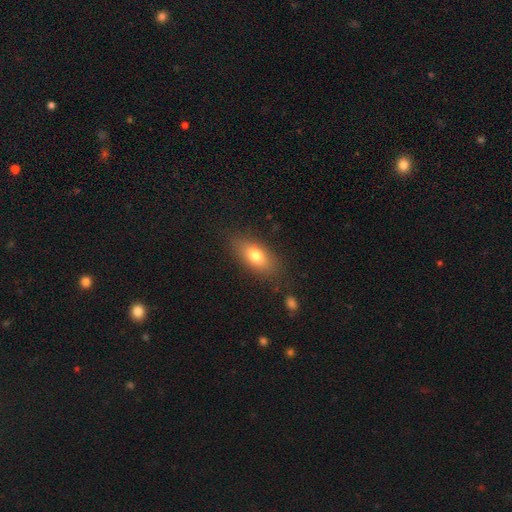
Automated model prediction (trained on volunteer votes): Overall: smooth (74%). How rounded: in between (82%). Merging: none (80%).